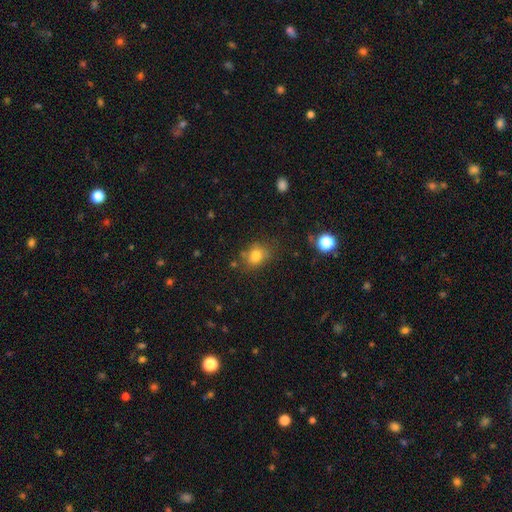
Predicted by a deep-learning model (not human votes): A smooth galaxy with no disk features (79%) that is in between round and cigar-shaped (51%). Merging: none (67%).